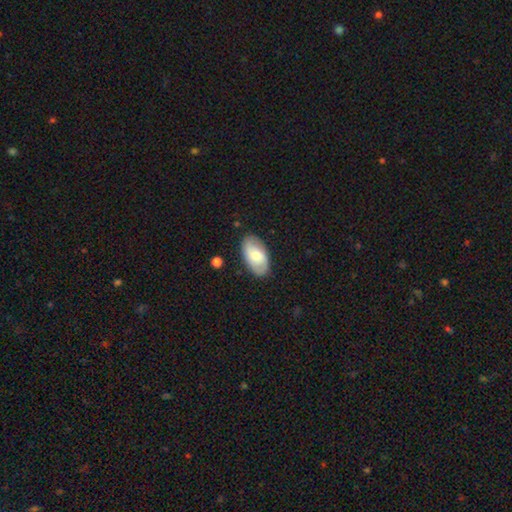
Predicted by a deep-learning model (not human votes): Overall: smooth (62%; featured or disk 32%). How rounded: in between (94%). Merging: none (82%).